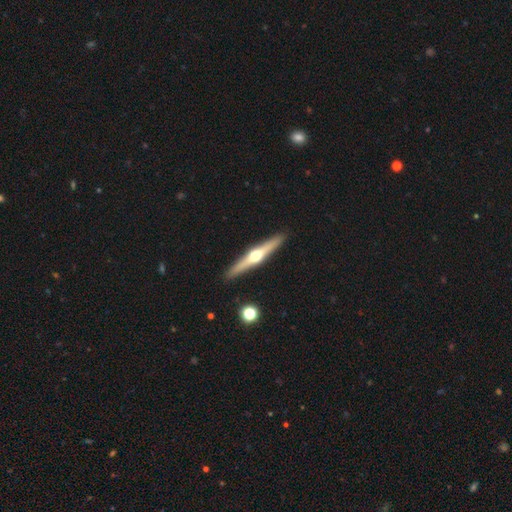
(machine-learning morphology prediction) Overall: featured or disk (73%). Edge-on disk: yes (98%). Edge-on bulge: rounded (95%). Merging: none (92%).